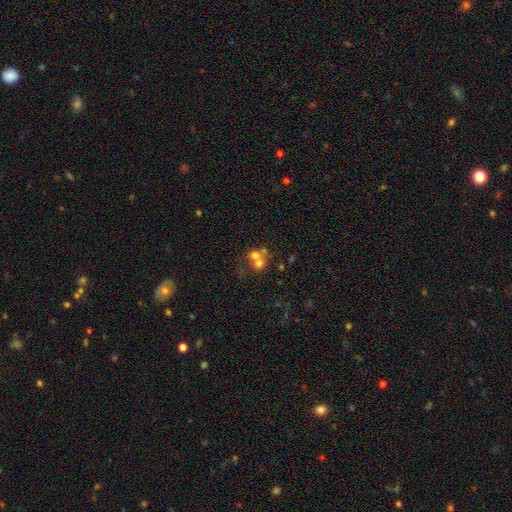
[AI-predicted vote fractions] Smooth or featured? Predicted: smooth (p=0.60). How rounded? Predicted: round (p=0.74). Merging? Predicted: merger (p=0.62).